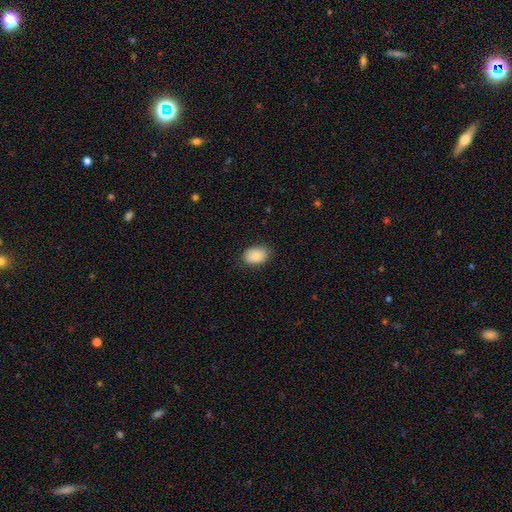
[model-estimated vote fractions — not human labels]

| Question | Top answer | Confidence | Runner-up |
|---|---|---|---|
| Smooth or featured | smooth | 87% | star or artifact (7%) |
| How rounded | in between | 83% | round (16%) |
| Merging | none | 80% | minor disturbance (16%) |